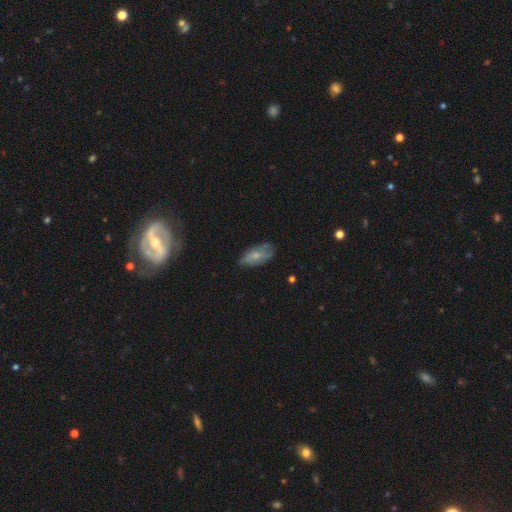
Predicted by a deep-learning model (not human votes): Morphology: type=smooth (51%); roundness=in between (90%); merging=none (60%).